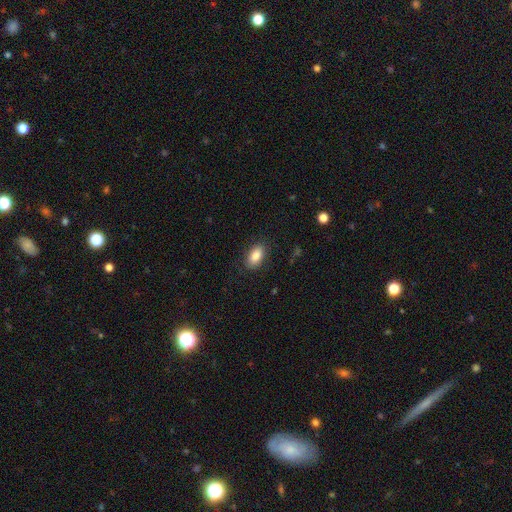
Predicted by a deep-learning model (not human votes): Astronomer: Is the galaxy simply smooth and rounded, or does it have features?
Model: smooth — 86%.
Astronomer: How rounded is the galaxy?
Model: in between — 92%.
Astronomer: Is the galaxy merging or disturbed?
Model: none — 86%.